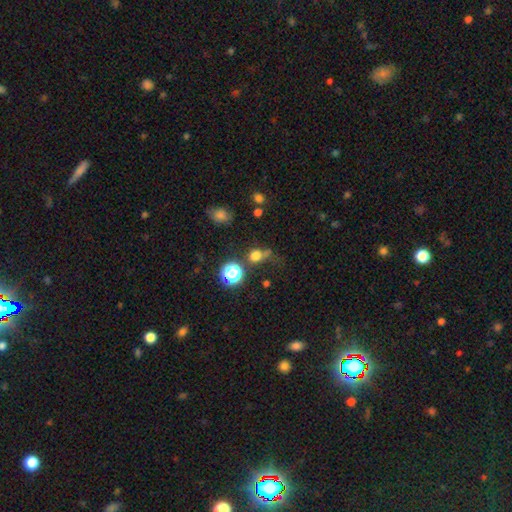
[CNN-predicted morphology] Smooth or featured: smooth — 67% (star or artifact — 25%)
How rounded: round — 77% (in between — 21%)
Merging: none — 52% (minor disturbance — 19%)